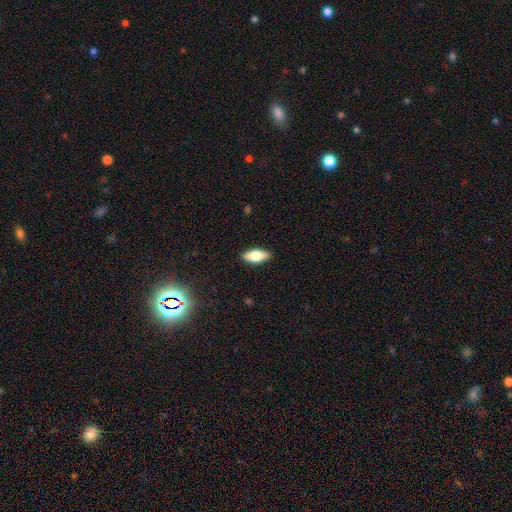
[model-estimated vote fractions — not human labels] Smooth or featured: smooth — 65% (featured or disk — 28%)
How rounded: in between — 79% (cigar-shaped — 18%)
Merging: none — 89% (minor disturbance — 8%)